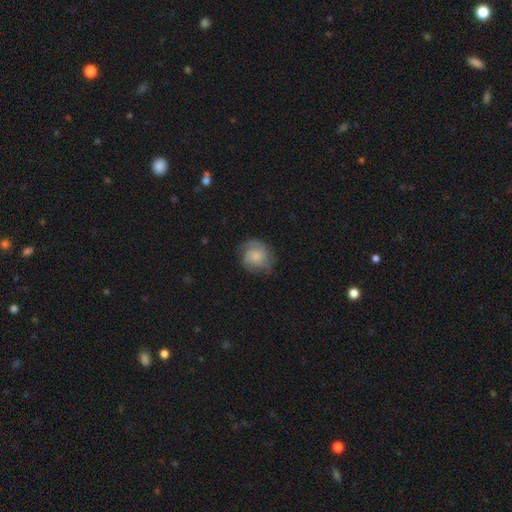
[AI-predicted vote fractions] Smooth or featured? Predicted: featured or disk (p=0.48). Merging? Predicted: none (p=0.67).